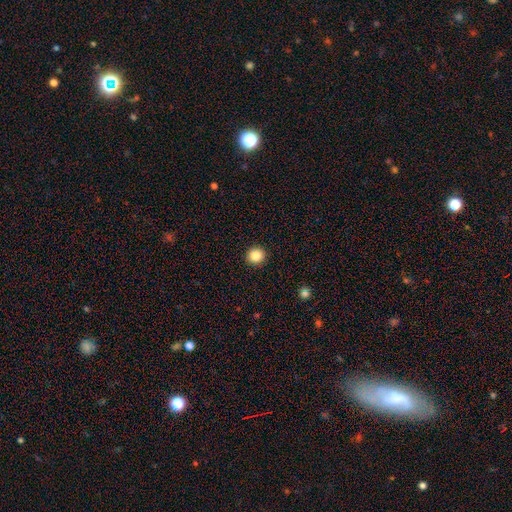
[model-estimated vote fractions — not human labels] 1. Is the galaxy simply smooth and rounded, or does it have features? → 87% smooth, 10% star or artifact, 3% featured or disk.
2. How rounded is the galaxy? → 93% round, 6% in between, 1% cigar-shaped.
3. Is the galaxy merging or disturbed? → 93% none, 5% minor disturbance, 2% major disturbance, 1% merger.